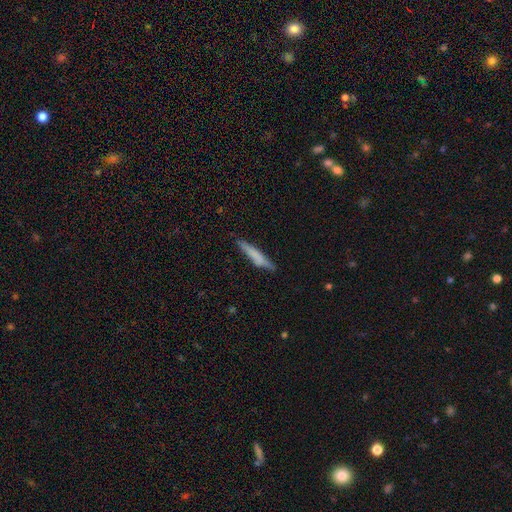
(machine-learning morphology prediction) A smooth galaxy with no disk features (71%) that is cigar-shaped (91%).

Vote fractions:
- Smooth or featured? smooth: 71% / featured or disk: 23% / star or artifact: 6%
- How rounded? cigar-shaped: 91% / in between: 8% / round: 1%
- Merging? none: 80% / minor disturbance: 16% / major disturbance: 3% / merger: 2%